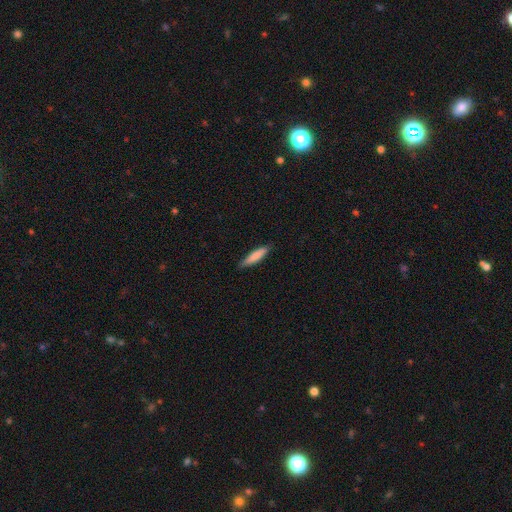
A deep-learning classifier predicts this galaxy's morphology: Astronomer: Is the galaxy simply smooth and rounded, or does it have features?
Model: smooth — 81%.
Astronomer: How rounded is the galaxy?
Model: cigar-shaped — 84%.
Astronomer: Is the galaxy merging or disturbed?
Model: none — 87%.